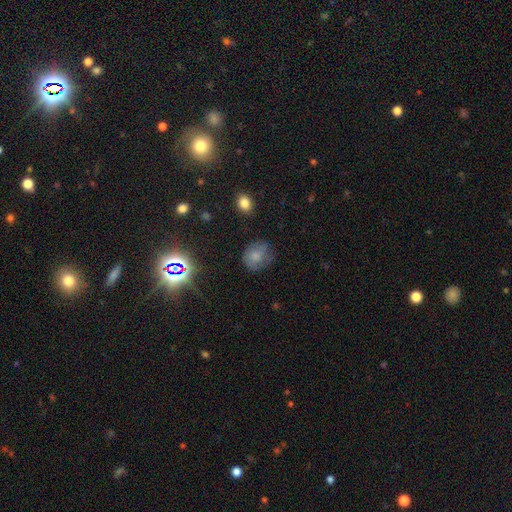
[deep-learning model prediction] This appears to be a smooth galaxy with no disk features (69%) that is round (66%). Merging: none (65%).